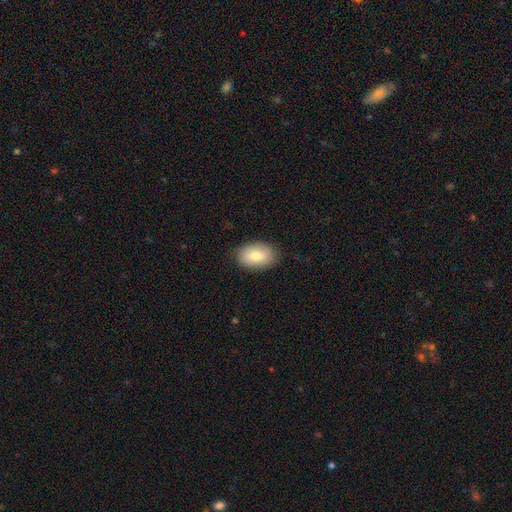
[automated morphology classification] Q: Smooth or featured?
A: smooth (81%); runner-up: featured or disk (12%)
Q: How rounded?
A: in between (91%); runner-up: round (8%)
Q: Merging?
A: none (86%); runner-up: minor disturbance (11%)